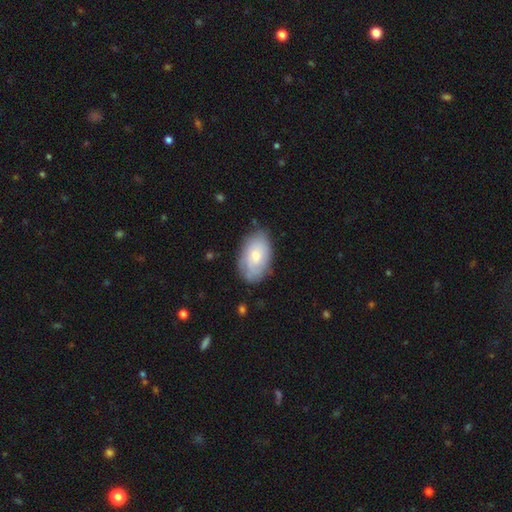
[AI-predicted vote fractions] Smooth or featured? smooth (60%)
How rounded? in between (91%)
Merging? none (75%)